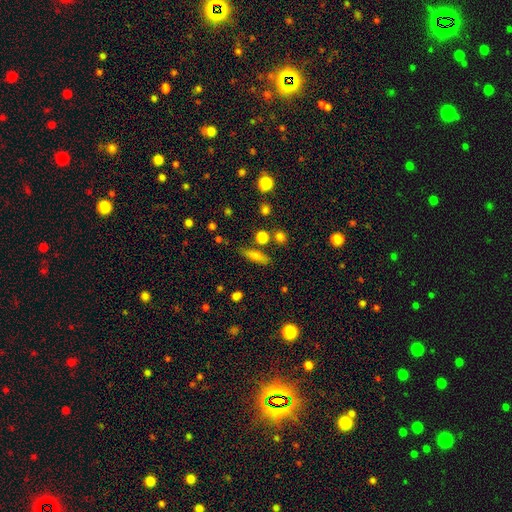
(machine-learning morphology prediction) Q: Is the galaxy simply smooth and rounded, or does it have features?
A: smooth — 73%.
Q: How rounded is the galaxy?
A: cigar-shaped — 64%.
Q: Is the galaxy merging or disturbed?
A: none — 76%.